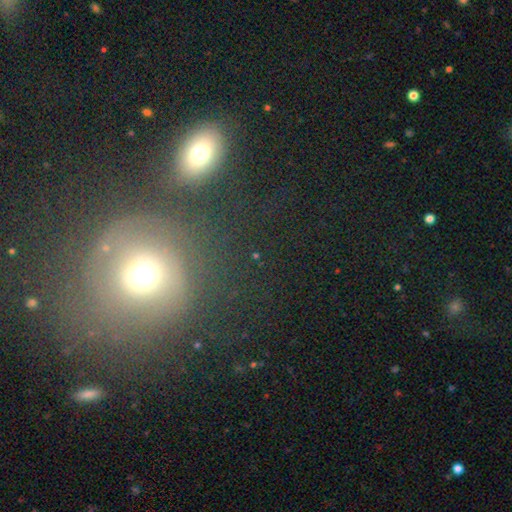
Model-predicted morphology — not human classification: Smooth or featured? Predicted: star or artifact (p=0.48).